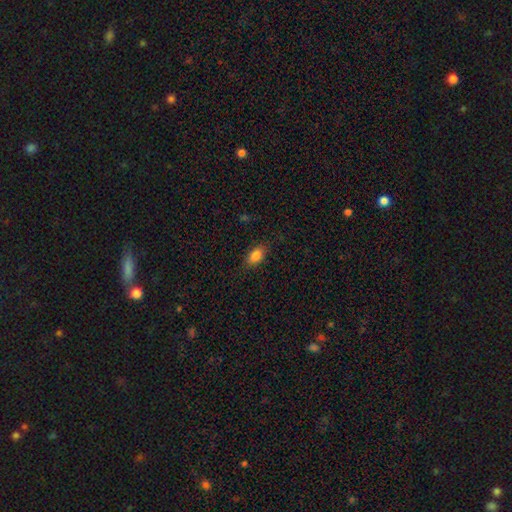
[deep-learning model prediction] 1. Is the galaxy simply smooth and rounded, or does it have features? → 84% smooth, 8% star or artifact, 8% featured or disk.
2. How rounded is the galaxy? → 88% in between, 6% round, 5% cigar-shaped.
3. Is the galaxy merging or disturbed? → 84% none, 12% minor disturbance, 3% major disturbance, 1% merger.